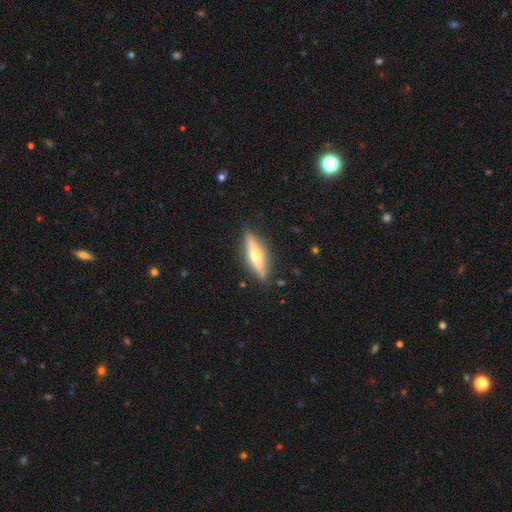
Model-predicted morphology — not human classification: type=featured or disk (64%); edge-on=yes (93%); edge-on bulge=rounded (92%); merging=none (88%).